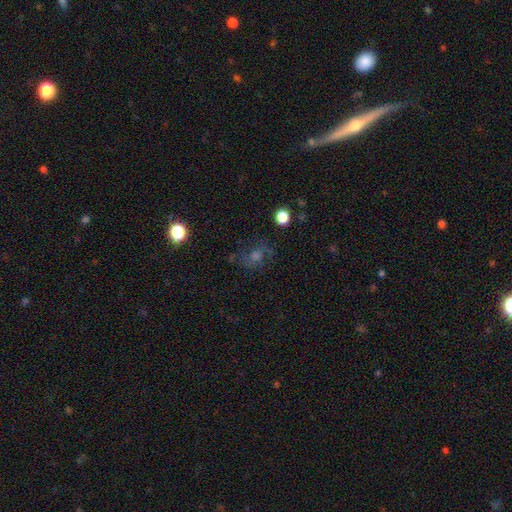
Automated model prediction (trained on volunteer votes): A featured or disk galaxy (40%). Merging: none (67%).